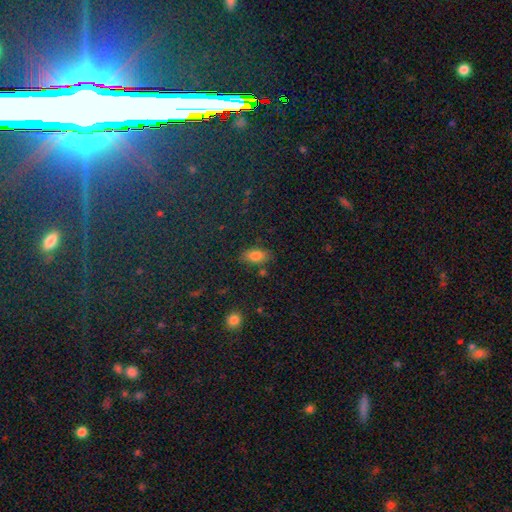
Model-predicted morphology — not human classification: The model was most divided on "merging": none: 78%, minor disturbance: 14%, merger: 4%, major disturbance: 3%. More confident: how rounded — in between (89%); smooth or featured — smooth (80%).